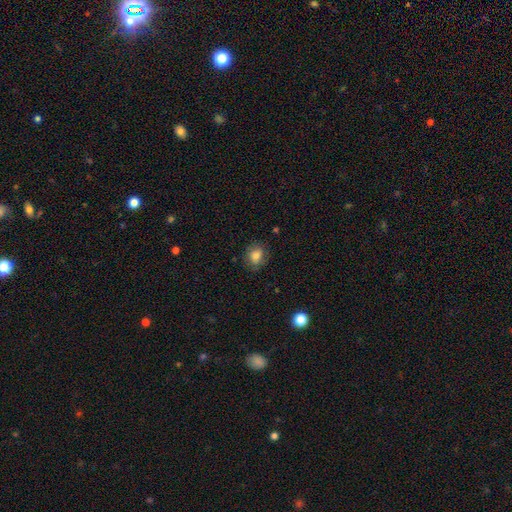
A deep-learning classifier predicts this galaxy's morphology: smooth-or-featured: smooth: 78% | featured or disk: 12% | star or artifact: 10%
  how-rounded: round: 56% | in between: 43% | cigar-shaped: 1%
  merging: none: 75% | minor disturbance: 18% | major disturbance: 6% | merger: 1%